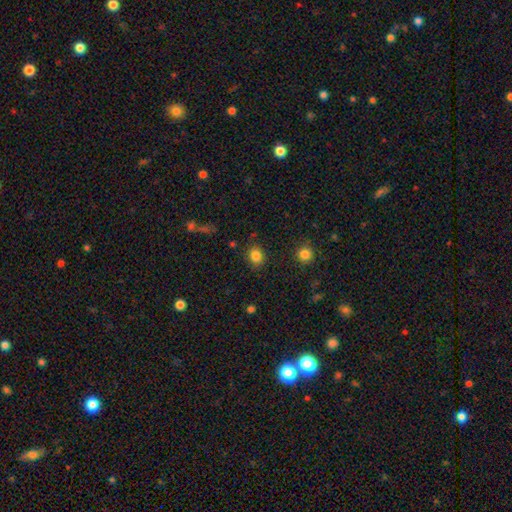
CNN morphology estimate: Smooth or featured? smooth (84%)
How rounded? round (54%)
Merging? none (84%)